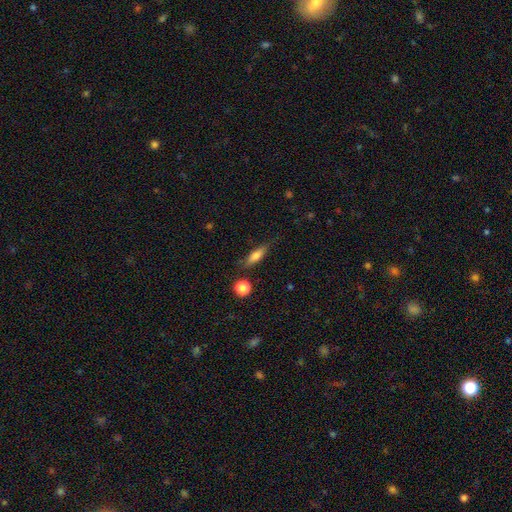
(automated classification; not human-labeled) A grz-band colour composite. It shows a smooth galaxy with no disk features (66%) that is cigar-shaped (56%). Merging: none (75%).